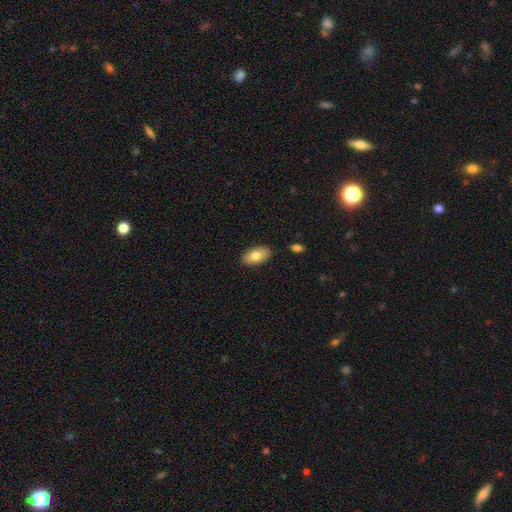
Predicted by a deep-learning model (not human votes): Morphology: type=smooth (78%); roundness=in between (93%); merging=none (87%).